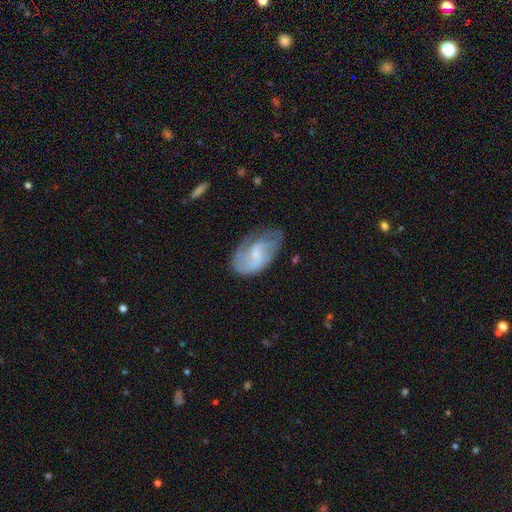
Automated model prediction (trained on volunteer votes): Overall: featured or disk (63%; smooth 31%). Edge-on disk: no (96%). Bar: weak (48%; no 42%). Spiral arms: yes (83%). Spiral arm count: 2 (46%; can't tell 28%). Spiral winding: medium (42%; loose 34%). Bulge size: small (56%; moderate 25%). Merging: none (50%; minor disturbance 30%).